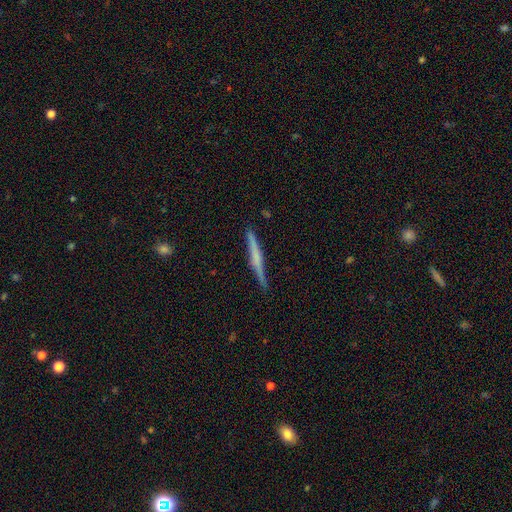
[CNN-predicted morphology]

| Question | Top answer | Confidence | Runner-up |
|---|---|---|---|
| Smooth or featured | featured or disk | 58% | smooth (36%) |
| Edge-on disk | yes | 98% | no (2%) |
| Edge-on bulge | none | 48% | rounded (36%) |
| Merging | none | 87% | minor disturbance (10%) |